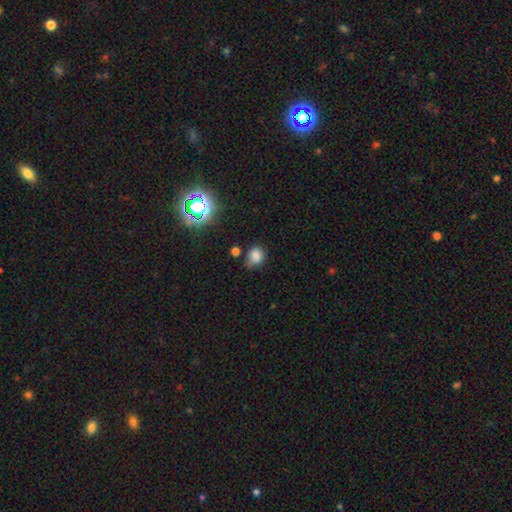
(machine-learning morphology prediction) This appears to be a smooth galaxy with no disk features (77%) that is round (60%). Merging: none (58%).